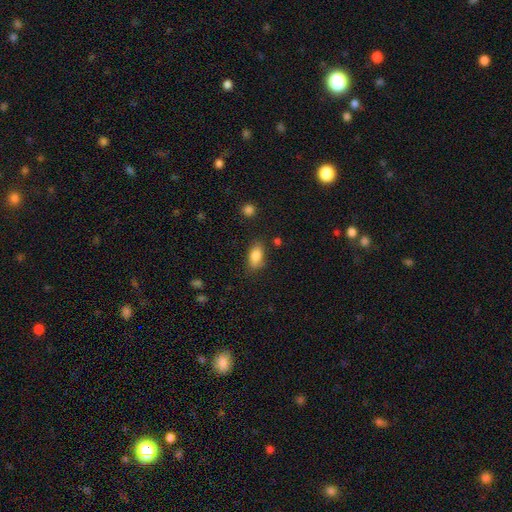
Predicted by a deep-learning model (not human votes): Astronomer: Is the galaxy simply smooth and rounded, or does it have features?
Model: smooth — 83%.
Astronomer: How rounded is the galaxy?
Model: in between — 87%.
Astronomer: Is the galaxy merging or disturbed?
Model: none — 77%.